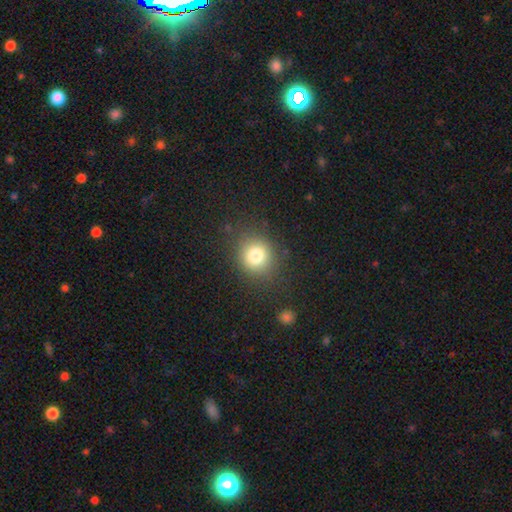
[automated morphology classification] smooth-or-featured: smooth: 79% | star or artifact: 13% | featured or disk: 8%
  how-rounded: round: 82% | in between: 17% | cigar-shaped: 1%
  merging: none: 84% | minor disturbance: 10% | major disturbance: 5% | merger: 2%